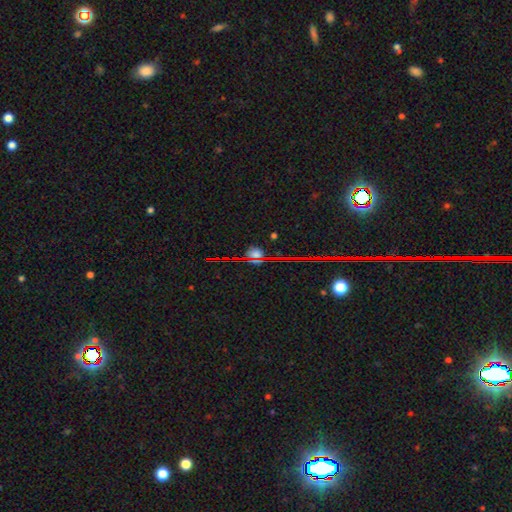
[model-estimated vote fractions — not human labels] This appears to be a star or artifact, not a galaxy (69%).